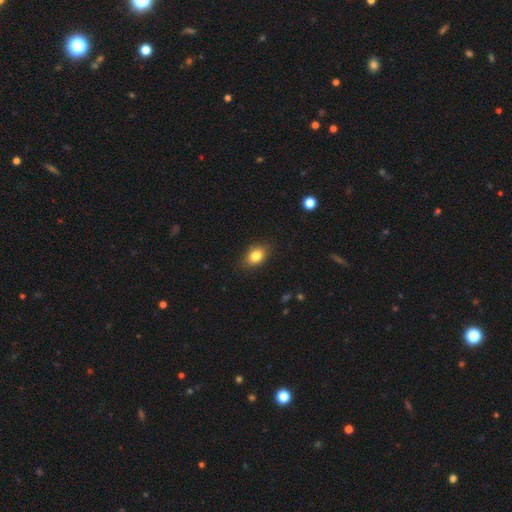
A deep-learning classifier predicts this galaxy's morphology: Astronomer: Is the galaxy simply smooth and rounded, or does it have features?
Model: smooth — 82%.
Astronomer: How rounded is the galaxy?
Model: in between — 75%.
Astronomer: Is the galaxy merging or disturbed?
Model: none — 84%.